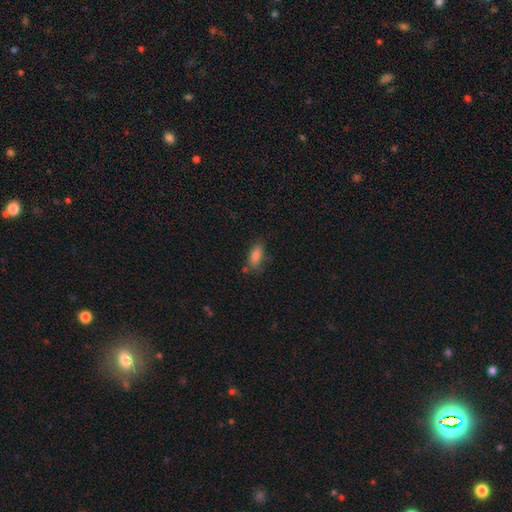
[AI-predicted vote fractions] This is clearly a smooth galaxy (81%). How rounded: clearly in between (81%). Merging: likely none (69%).